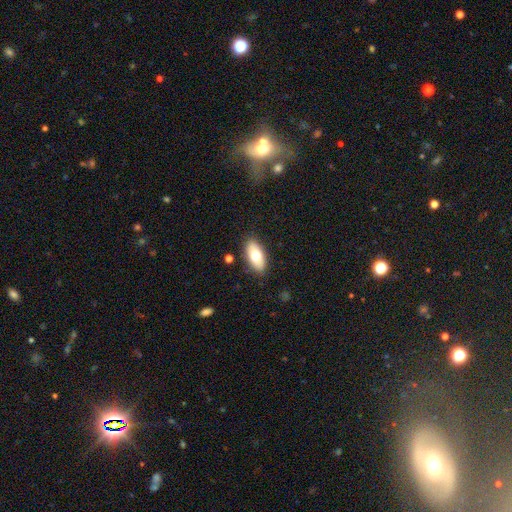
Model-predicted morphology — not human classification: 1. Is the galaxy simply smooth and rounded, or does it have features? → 73% smooth, 20% featured or disk, 7% star or artifact.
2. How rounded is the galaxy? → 89% in between, 8% cigar-shaped, 3% round.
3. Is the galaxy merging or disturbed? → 86% none, 10% minor disturbance, 2% major disturbance, 1% merger.